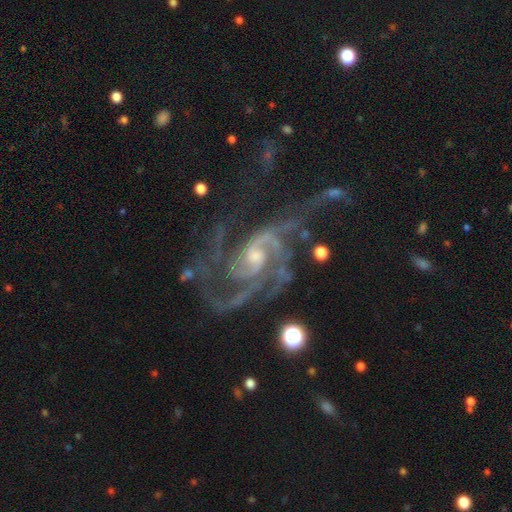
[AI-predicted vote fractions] Smooth or featured? Predicted: featured or disk (p=0.91). Edge-on disk? Predicted: no (p=0.98). Bar? Predicted: no (p=0.54). Spiral arms? Predicted: yes (p=0.98). Spiral winding? Predicted: medium (p=0.50). Spiral arm count? Predicted: 3 (p=0.29). Bulge size? Predicted: moderate (p=0.48). Merging? Predicted: none (p=0.42).